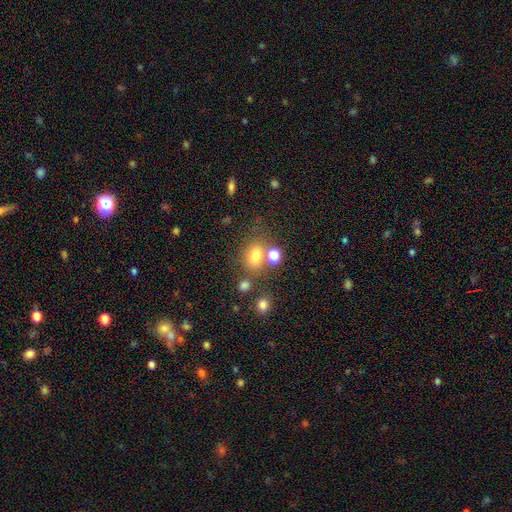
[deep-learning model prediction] Smooth or featured: smooth — 73% (star or artifact — 16%)
How rounded: in between — 53% (round — 46%)
Merging: none — 60% (merger — 20%)